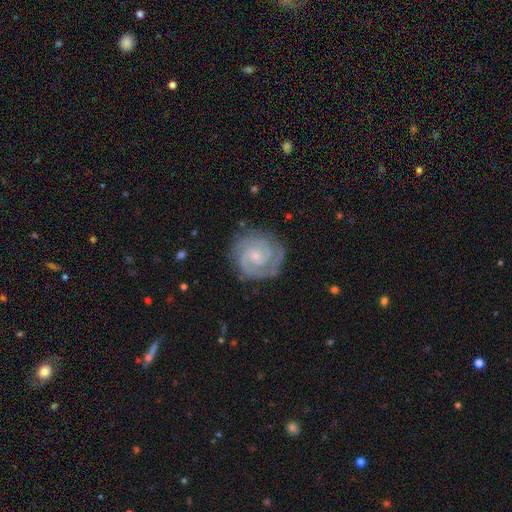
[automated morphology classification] Smooth or featured: featured or disk — 90% (smooth — 5%)
Edge-on disk: no — 98% (yes — 2%)
Bar: no — 63% (weak — 30%)
Spiral arms: yes — 98% (no — 2%)
Spiral winding: tight — 72% (medium — 25%)
Spiral arm count: 2 — 65% (3 — 19%)
Bulge size: small — 74% (moderate — 20%)
Merging: none — 81% (minor disturbance — 14%)